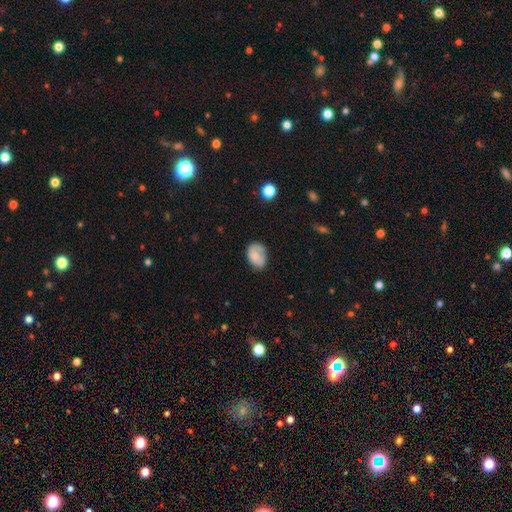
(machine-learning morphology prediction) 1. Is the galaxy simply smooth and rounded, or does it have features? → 75% smooth, 17% featured or disk, 8% star or artifact.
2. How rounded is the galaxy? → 74% in between, 25% round, 1% cigar-shaped.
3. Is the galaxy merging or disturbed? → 61% none, 28% minor disturbance, 9% major disturbance, 2% merger.